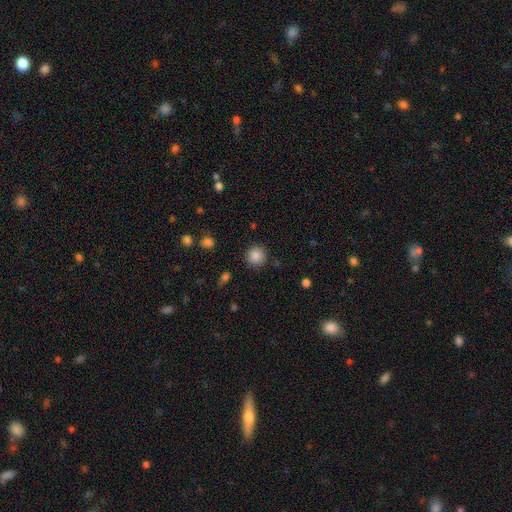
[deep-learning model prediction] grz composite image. It shows a smooth galaxy with no disk features (86%) that is round (93%). Merging: none (89%).